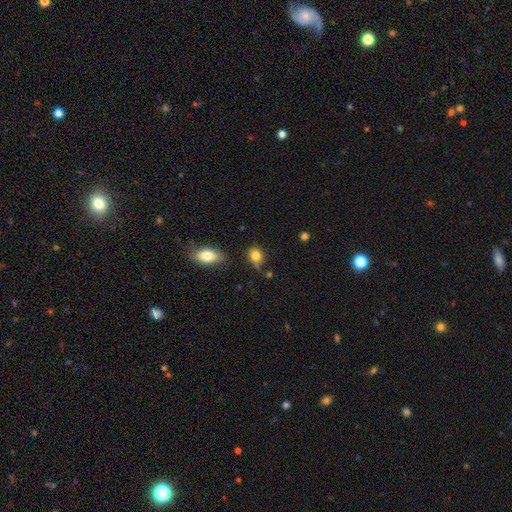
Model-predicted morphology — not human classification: Smooth or featured: smooth — 82% (star or artifact — 10%)
How rounded: round — 54% (in between — 45%)
Merging: none — 59% (minor disturbance — 27%)